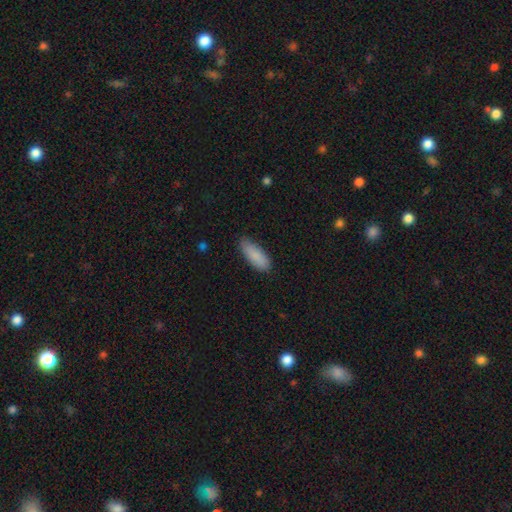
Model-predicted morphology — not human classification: Smooth or featured?
  - smooth: 88% *
  - featured or disk: 6%
  - star or artifact: 6%
How rounded?
  - in between: 71% *
  - cigar-shaped: 27%
  - round: 2%
Merging?
  - none: 82% *
  - minor disturbance: 14%
  - major disturbance: 2%
  - merger: 1%